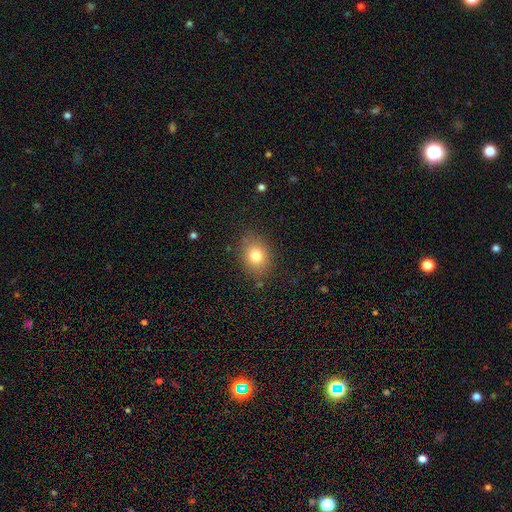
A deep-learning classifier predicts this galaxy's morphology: smooth_or_featured: smooth (p=0.79) [alt: star or artifact p=0.11]
how_rounded: round (p=0.53) [alt: in between p=0.46]
merging: none (p=0.82) [alt: minor disturbance p=0.12]